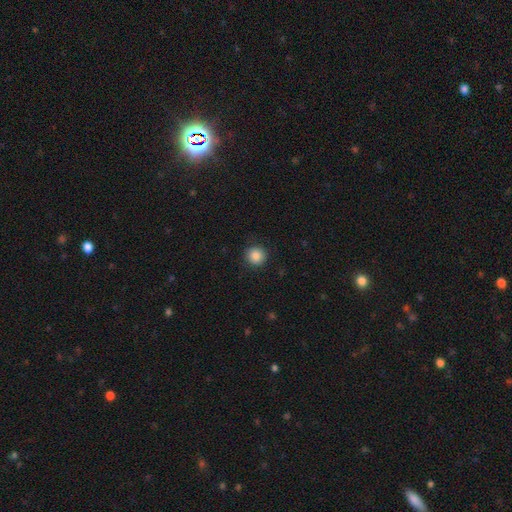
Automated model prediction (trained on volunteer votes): Smooth or featured?
  - smooth: 86% *
  - star or artifact: 10%
  - featured or disk: 4%
How rounded?
  - round: 94% *
  - in between: 5%
  - cigar-shaped: 1%
Merging?
  - none: 90% *
  - minor disturbance: 7%
  - major disturbance: 2%
  - merger: 1%